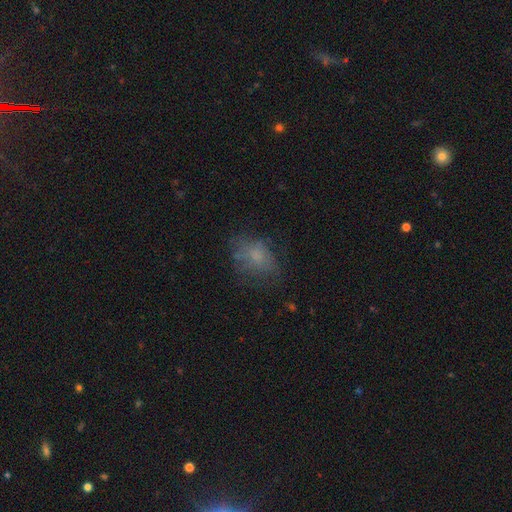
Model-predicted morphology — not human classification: type=smooth (62%); roundness=in between (69%); merging=none (57%).